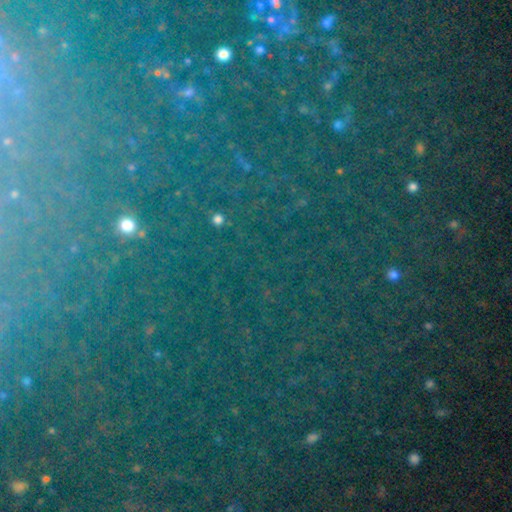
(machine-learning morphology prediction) Q: Smooth or featured?
A: star or artifact (78%); runner-up: smooth (14%)